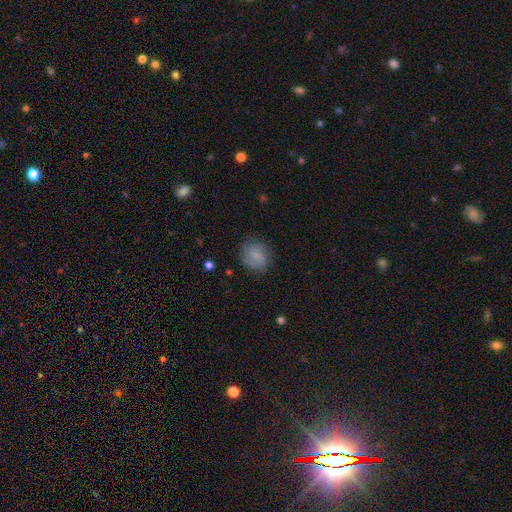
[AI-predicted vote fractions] Morphology: type=smooth (62%); roundness=round (70%); merging=none (70%).